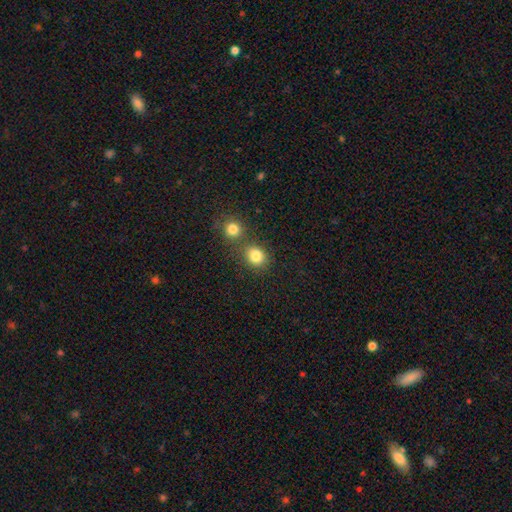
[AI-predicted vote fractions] smooth-or-featured: smooth: 82% | star or artifact: 12% | featured or disk: 6%
  how-rounded: round: 73% | in between: 26% | cigar-shaped: 1%
  merging: none: 62% | merger: 25% | minor disturbance: 9% | major disturbance: 3%